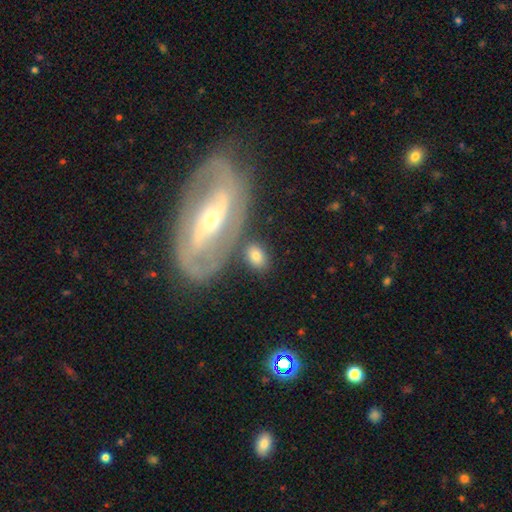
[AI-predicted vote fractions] A smooth galaxy with no disk features (72%) that is in between round and cigar-shaped (81%).

Vote fractions:
- Smooth or featured? smooth: 72% / featured or disk: 22% / star or artifact: 6%
- How rounded? in between: 81% / round: 16% / cigar-shaped: 3%
- Merging? none: 68% / minor disturbance: 14% / merger: 13% / major disturbance: 5%